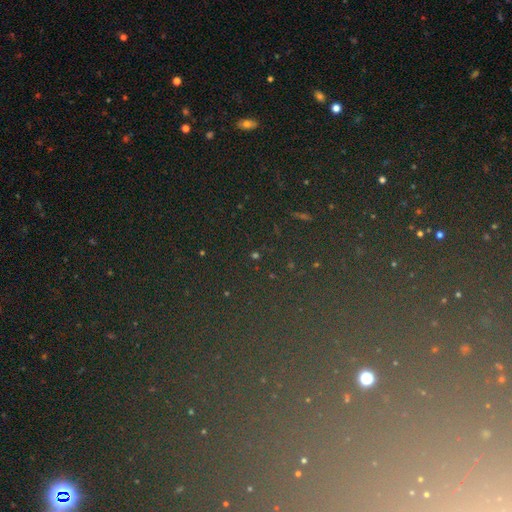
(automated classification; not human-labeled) A star or artifact, not a galaxy (75%).